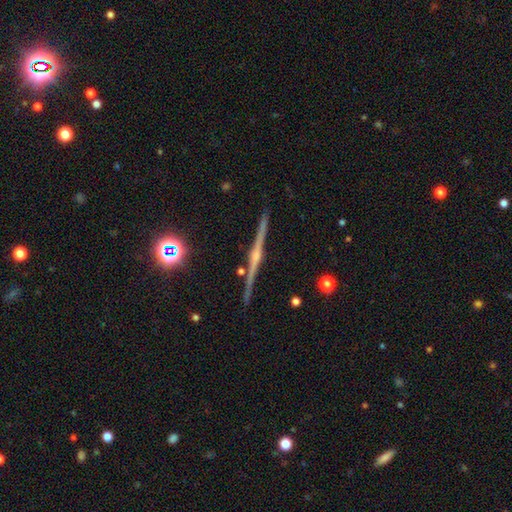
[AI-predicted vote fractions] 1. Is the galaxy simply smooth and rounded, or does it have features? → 85% featured or disk, 8% star or artifact, 7% smooth.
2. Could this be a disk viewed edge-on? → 99% yes, 1% no.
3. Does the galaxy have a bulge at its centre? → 82% rounded, 10% none, 8% boxy.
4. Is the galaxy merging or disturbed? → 92% none, 5% minor disturbance, 1% merger, 1% major disturbance.